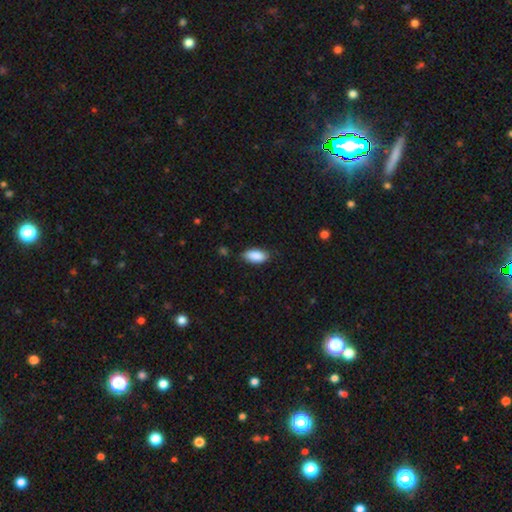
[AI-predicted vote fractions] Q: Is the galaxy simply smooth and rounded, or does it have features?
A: smooth — 88%.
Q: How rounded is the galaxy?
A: in between — 90%.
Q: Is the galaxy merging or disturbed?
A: none — 78%.